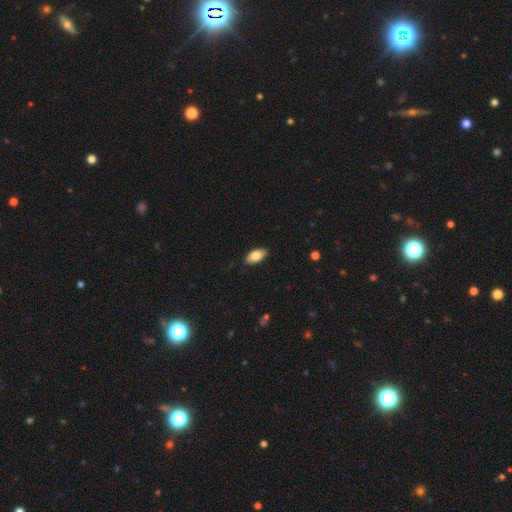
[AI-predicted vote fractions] Morphology: type=smooth (83%); roundness=in between (92%); merging=none (86%).